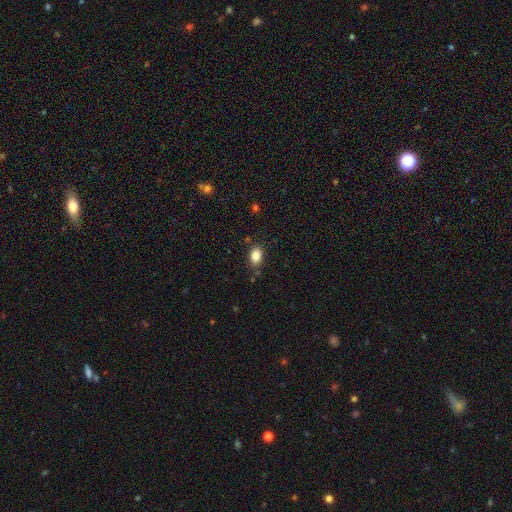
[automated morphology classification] smooth-or-featured: smooth: 85% | star or artifact: 9% | featured or disk: 7%
  how-rounded: in between: 85% | round: 14% | cigar-shaped: 1%
  merging: none: 80% | minor disturbance: 14% | merger: 3% | major disturbance: 3%